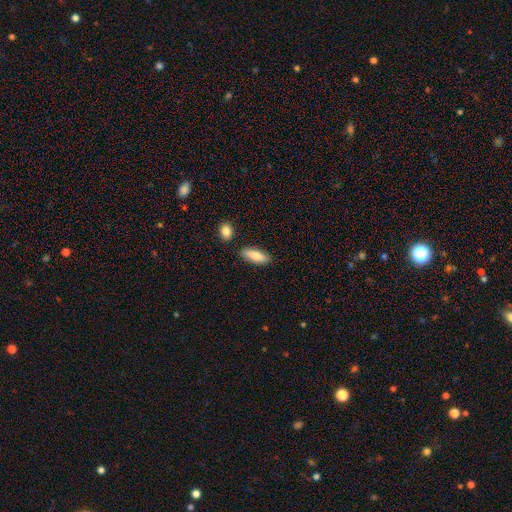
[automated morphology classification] Smooth or featured?
  - smooth: 80% *
  - featured or disk: 14%
  - star or artifact: 6%
How rounded?
  - in between: 61% *
  - cigar-shaped: 37%
  - round: 2%
Merging?
  - none: 84% *
  - minor disturbance: 9%
  - merger: 4%
  - major disturbance: 2%